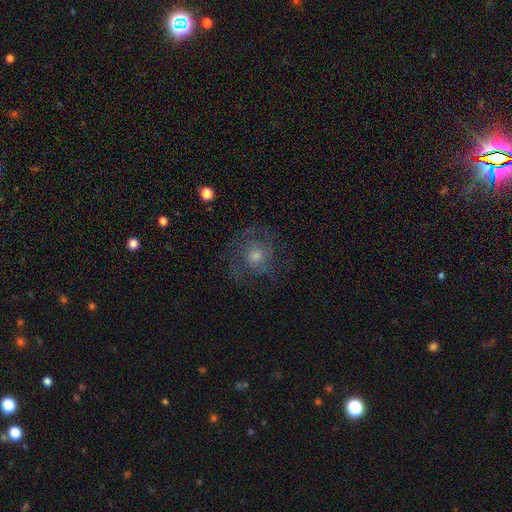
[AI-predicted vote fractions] The model was most divided on "bulge size": moderate: 55%, small: 32%, large: 8%, none: 3%, dominant: 2%. More confident: edge-on disk — no (97%); bar — no (82%); spiral arms — yes (77%); merging — none (72%); smooth or featured — featured or disk (56%).